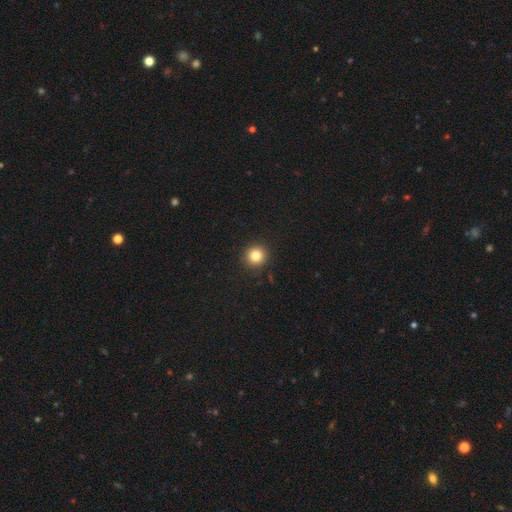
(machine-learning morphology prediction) This is clearly a smooth galaxy (83%). How rounded: clearly round (93%). Merging: clearly none (92%).